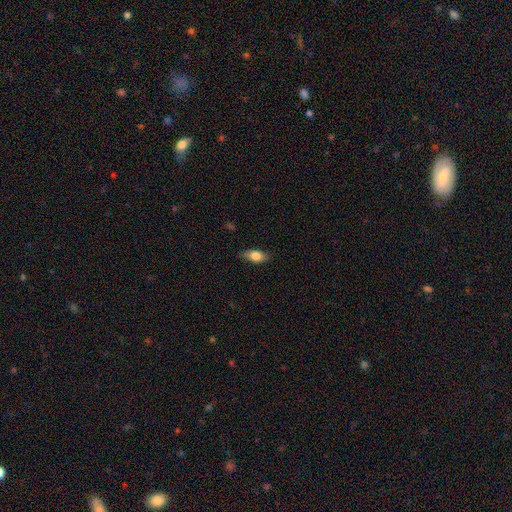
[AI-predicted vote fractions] Overall: smooth (76%). How rounded: in between (83%). Merging: none (80%).